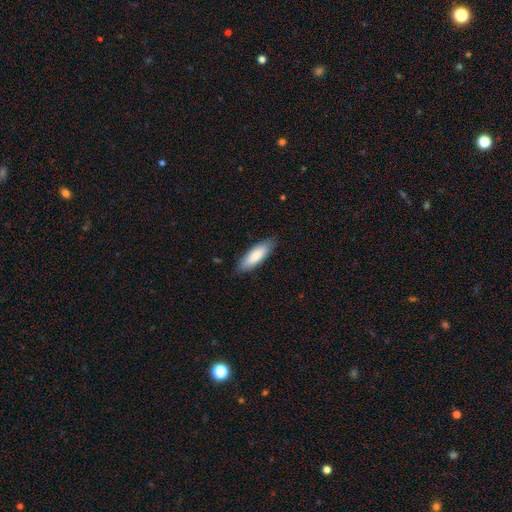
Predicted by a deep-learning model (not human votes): Morphology: type=smooth (83%); roundness=in between (58%); merging=none (85%).